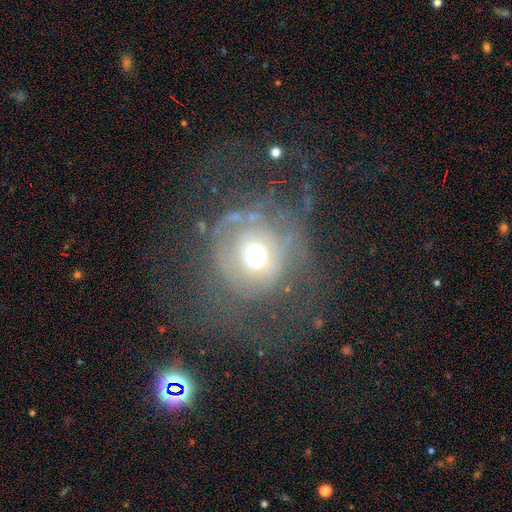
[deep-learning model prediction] This appears to be a featured or disk galaxy (45%). Merging: none (55%).